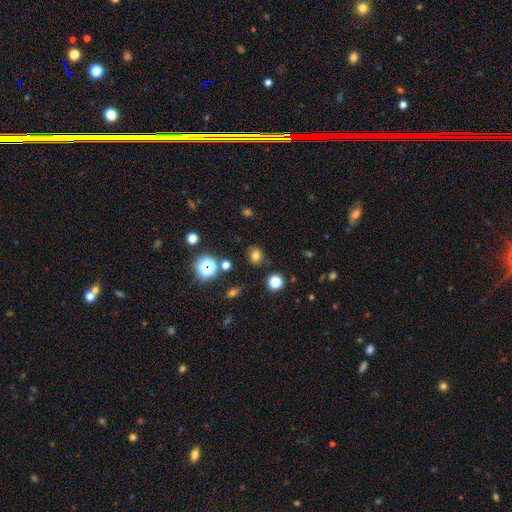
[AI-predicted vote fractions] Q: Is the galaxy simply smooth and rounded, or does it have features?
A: smooth — 70%.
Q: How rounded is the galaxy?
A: round — 71%.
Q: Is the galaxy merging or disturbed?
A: none — 82%.